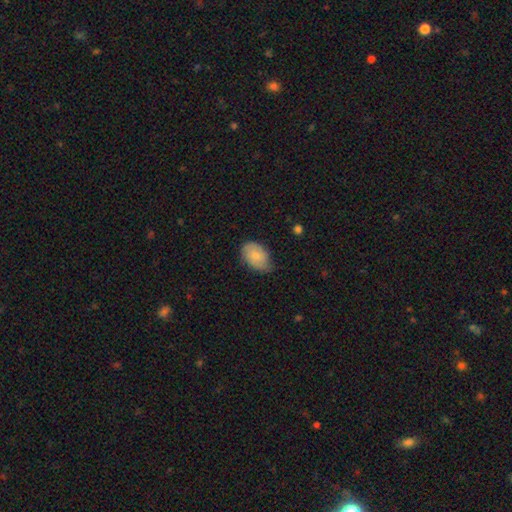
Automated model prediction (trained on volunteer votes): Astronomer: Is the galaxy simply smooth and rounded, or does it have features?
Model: smooth — 74%.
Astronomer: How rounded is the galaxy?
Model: in between — 88%.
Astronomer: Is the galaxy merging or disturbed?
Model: none — 55% (runner-up: minor disturbance, 37%).